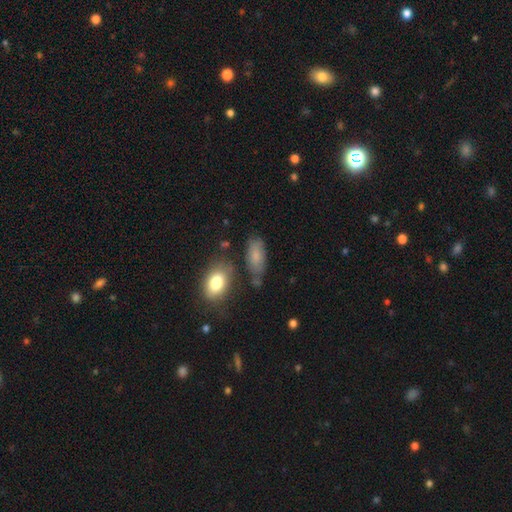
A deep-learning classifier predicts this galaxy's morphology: Q: Smooth or featured?
A: smooth (75%); runner-up: featured or disk (16%)
Q: How rounded?
A: in between (88%); runner-up: cigar-shaped (8%)
Q: Merging?
A: none (62%); runner-up: minor disturbance (24%)